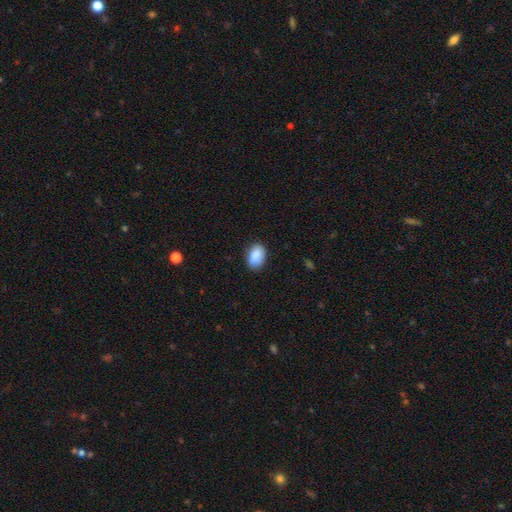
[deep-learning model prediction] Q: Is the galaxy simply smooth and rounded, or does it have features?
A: smooth — 90%.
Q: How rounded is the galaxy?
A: in between — 88%.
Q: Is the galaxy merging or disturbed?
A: none — 84%.